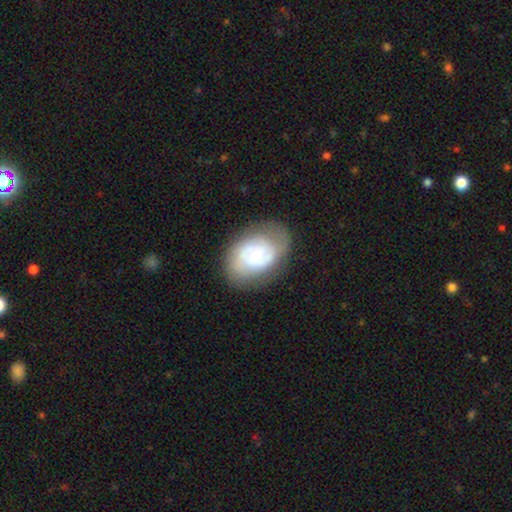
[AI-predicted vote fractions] The model was most divided on "spiral arms": yes: 59%, no: 41%. More confident: edge-on disk — no (95%); bar — no (71%); merging — none (65%); smooth or featured — featured or disk (61%); bulge size — moderate (57%).